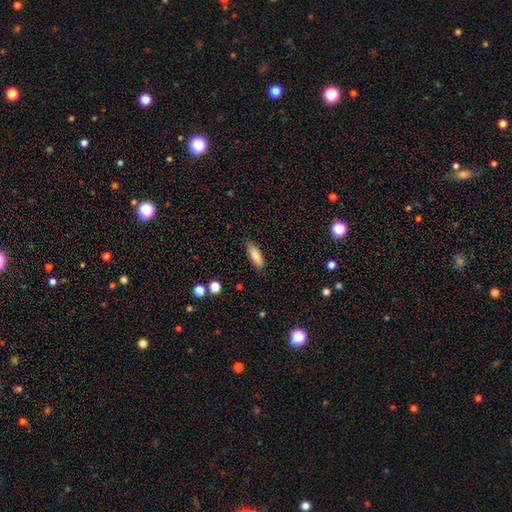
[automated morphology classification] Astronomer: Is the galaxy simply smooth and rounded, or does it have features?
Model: smooth — 82%.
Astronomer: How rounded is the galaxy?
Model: in between — 66%.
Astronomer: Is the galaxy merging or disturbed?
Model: none — 84%.